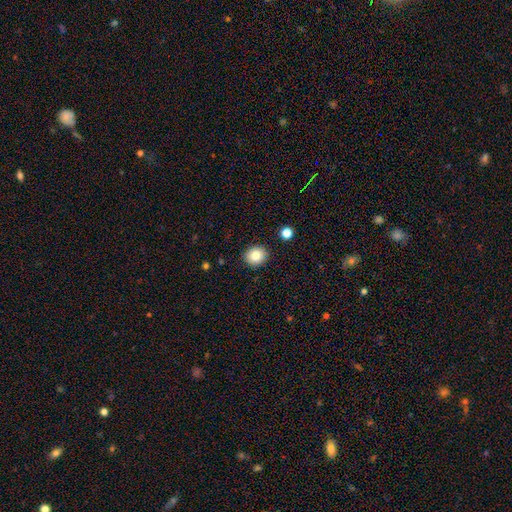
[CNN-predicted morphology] type=smooth (83%); roundness=round (75%); merging=none (90%).